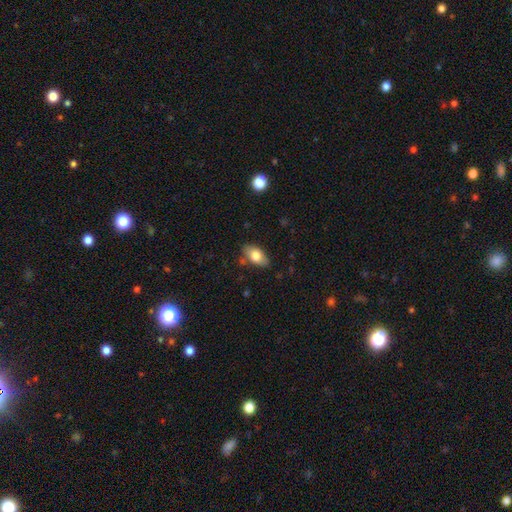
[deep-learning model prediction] smooth_or_featured: smooth (p=0.76) [alt: featured or disk p=0.17]
how_rounded: in between (p=0.91) [alt: round p=0.06]
merging: none (p=0.78) [alt: minor disturbance p=0.16]